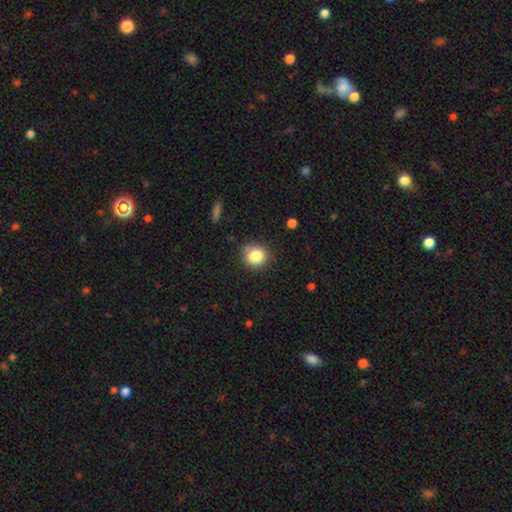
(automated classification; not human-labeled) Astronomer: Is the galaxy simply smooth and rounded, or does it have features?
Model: smooth — 83%.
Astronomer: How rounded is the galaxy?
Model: round — 88%.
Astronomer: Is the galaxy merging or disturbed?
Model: none — 83%.